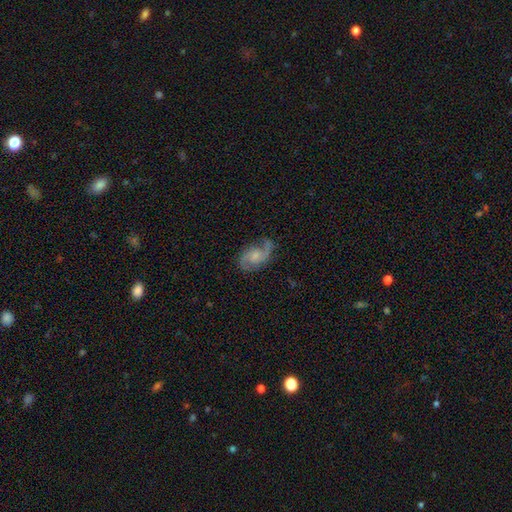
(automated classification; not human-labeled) Smooth or featured?
  - featured or disk: 82% *
  - smooth: 12%
  - star or artifact: 6%
Edge-on disk?
  - no: 97% *
  - yes: 3%
Bar?
  - no: 62% *
  - weak: 33%
  - strong: 5%
Spiral arms?
  - yes: 96% *
  - no: 4%
Spiral winding?
  - medium: 48% *
  - loose: 36%
  - tight: 16%
Spiral arm count?
  - 2: 88% *
  - 1: 4%
  - can't tell: 4%
  - 3: 2%
  - 4: 1%
  - more than 4: 1%
Bulge size?
  - small: 46% *
  - moderate: 33%
  - none: 15%
  - large: 5%
  - dominant: 1%
Merging?
  - none: 72% *
  - minor disturbance: 18%
  - major disturbance: 8%
  - merger: 2%